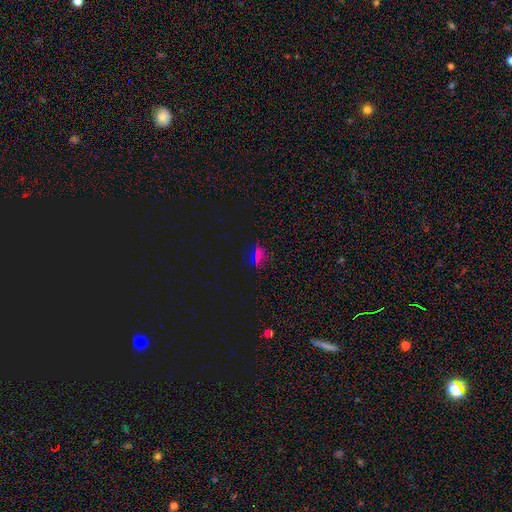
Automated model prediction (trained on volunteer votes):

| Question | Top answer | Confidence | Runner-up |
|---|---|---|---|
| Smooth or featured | star or artifact | 46% | smooth (45%) |